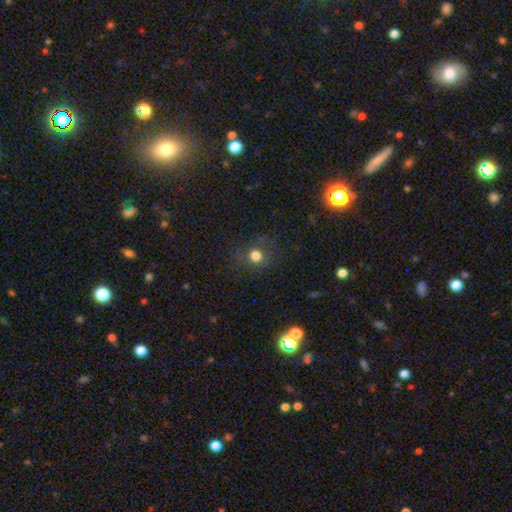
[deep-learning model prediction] smooth-or-featured: smooth: 73% | star or artifact: 18% | featured or disk: 9%
  how-rounded: round: 81% | in between: 17% | cigar-shaped: 1%
  merging: none: 80% | minor disturbance: 12% | major disturbance: 6% | merger: 2%